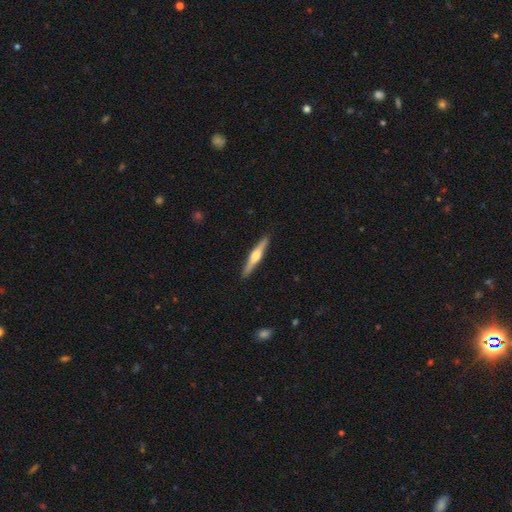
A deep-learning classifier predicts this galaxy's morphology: A featured or disk galaxy (67%) viewed edge-on (98%) with a rounded central bulge (94%).

Vote fractions:
- Smooth or featured? featured or disk: 67% / smooth: 28% / star or artifact: 5%
- Edge-on disk? yes: 98% / no: 2%
- Edge-on bulge? rounded: 94% / boxy: 3% / none: 3%
- Merging? none: 91% / minor disturbance: 6% / major disturbance: 1% / merger: 1%